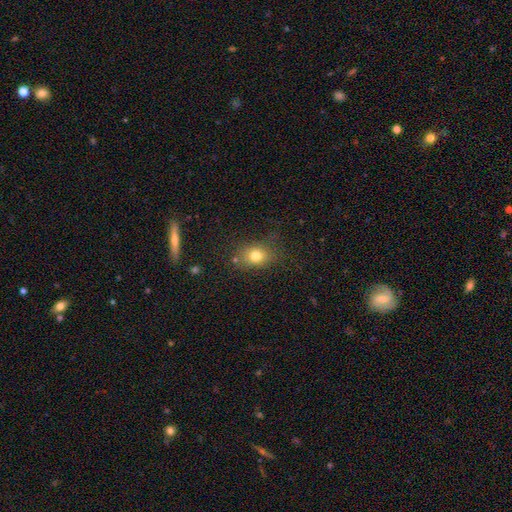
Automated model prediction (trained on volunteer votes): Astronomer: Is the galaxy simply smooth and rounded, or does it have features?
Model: smooth — 77%.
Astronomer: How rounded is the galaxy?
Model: in between — 50% (runner-up: round, 48%).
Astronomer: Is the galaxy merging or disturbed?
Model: none — 73%.